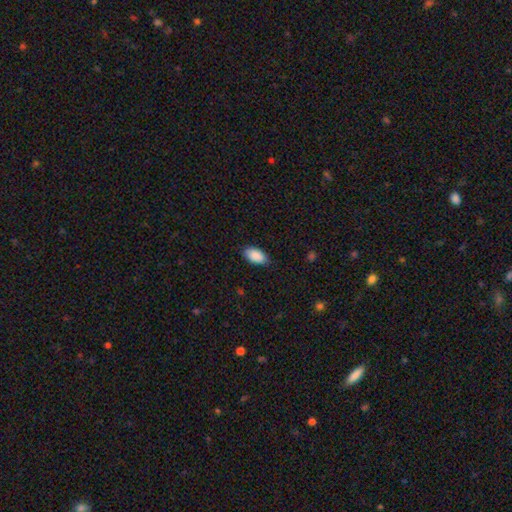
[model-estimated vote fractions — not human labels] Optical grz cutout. It shows a smooth galaxy with no disk features (90%) that is in between round and cigar-shaped (94%). Merging: none (83%).